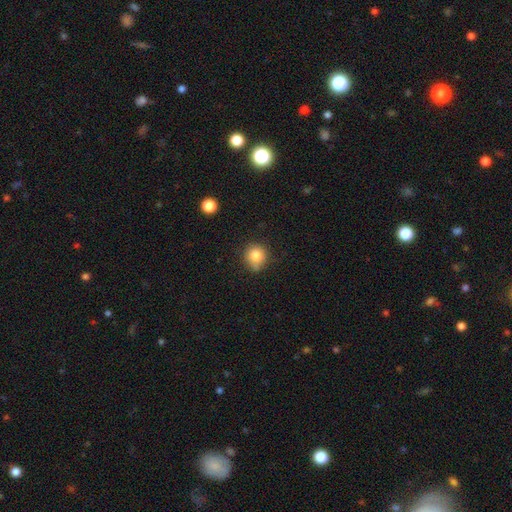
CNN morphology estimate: Smooth or featured?
  - smooth: 83% *
  - star or artifact: 10%
  - featured or disk: 7%
How rounded?
  - round: 86% *
  - in between: 13%
  - cigar-shaped: 1%
Merging?
  - none: 71% *
  - minor disturbance: 21%
  - major disturbance: 4%
  - merger: 3%